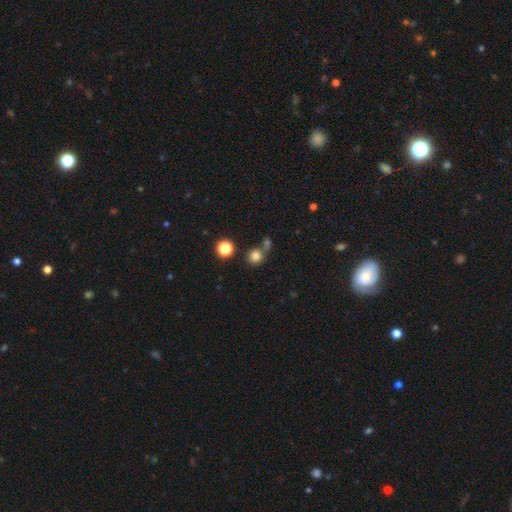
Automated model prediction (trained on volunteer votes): Overall: smooth (79%). How rounded: round (89%). Merging: none (61%; merger 26%).